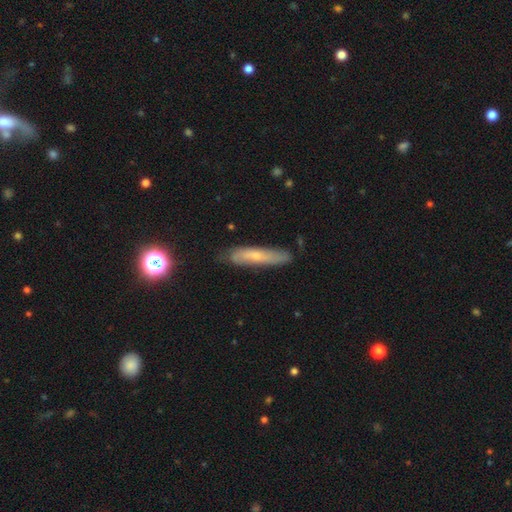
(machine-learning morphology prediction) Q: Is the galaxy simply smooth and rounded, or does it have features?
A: smooth — 50%.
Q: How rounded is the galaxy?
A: cigar-shaped — 84%.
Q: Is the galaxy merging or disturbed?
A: none — 73%.